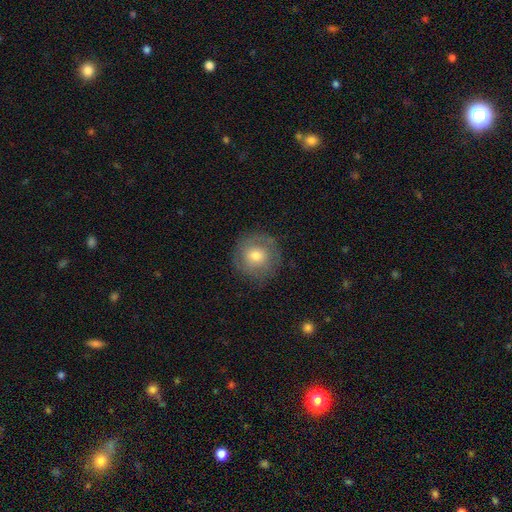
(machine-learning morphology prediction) Overall: smooth (54%; featured or disk 38%). How rounded: round (92%). Merging: none (79%).